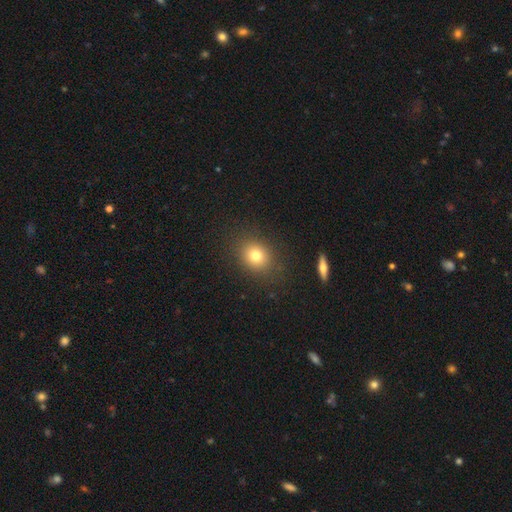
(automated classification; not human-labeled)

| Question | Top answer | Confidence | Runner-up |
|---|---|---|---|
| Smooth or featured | smooth | 77% | star or artifact (13%) |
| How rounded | round | 66% | in between (33%) |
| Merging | none | 86% | minor disturbance (9%) |